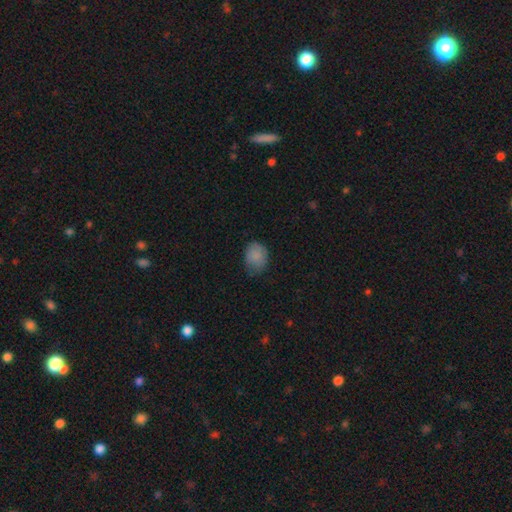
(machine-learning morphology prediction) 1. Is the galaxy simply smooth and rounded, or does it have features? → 84% smooth, 9% star or artifact, 7% featured or disk.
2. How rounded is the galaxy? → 60% in between, 39% round, 1% cigar-shaped.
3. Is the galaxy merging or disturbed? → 56% none, 34% minor disturbance, 8% major disturbance, 1% merger.